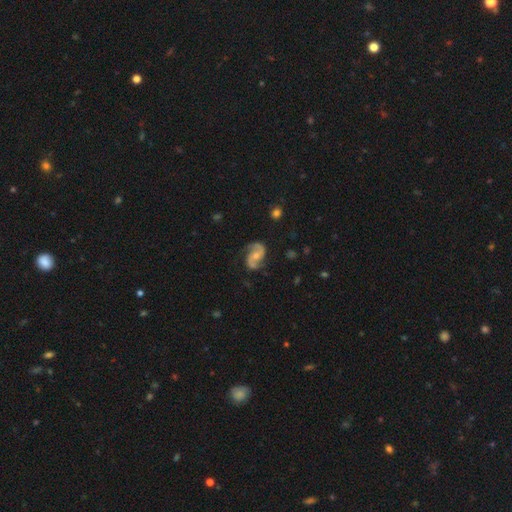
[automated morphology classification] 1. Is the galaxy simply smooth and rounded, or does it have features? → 88% featured or disk, 7% smooth, 5% star or artifact.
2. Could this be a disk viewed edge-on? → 98% no, 2% yes.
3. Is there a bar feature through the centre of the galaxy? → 52% no, 37% weak, 11% strong.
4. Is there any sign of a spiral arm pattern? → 97% yes, 3% no.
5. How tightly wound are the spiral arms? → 51% medium, 36% loose, 14% tight.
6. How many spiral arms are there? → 93% 2, 2% can't tell, 1% 1, 1% 3, 1% 4, 1% more than 4.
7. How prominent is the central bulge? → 48% moderate, 43% small, 6% none, 3% large, 1% dominant.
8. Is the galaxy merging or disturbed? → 77% none, 15% minor disturbance, 6% major disturbance, 2% merger.